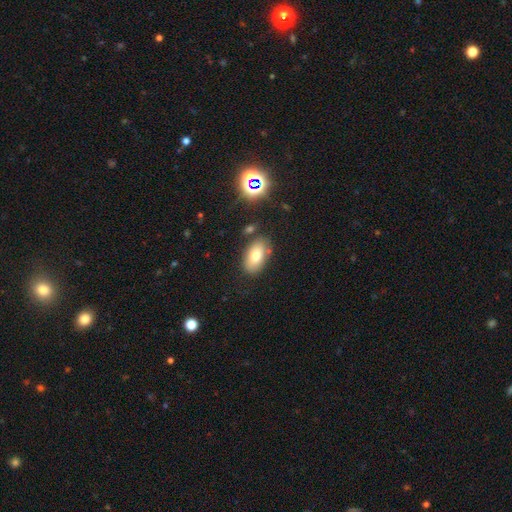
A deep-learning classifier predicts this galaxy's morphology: smooth 74%, featured or disk 15%, star or artifact 11%. Down the decision tree: how rounded — in between (92%); merging — none (77%).